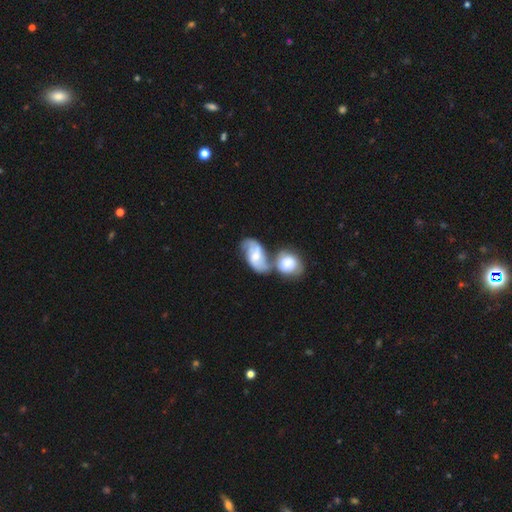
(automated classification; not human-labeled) Smooth or featured: featured or disk — 64% (smooth — 30%)
Edge-on disk: no — 96% (yes — 4%)
Bar: weak — 46% (no — 37%)
Spiral arms: yes — 90% (no — 10%)
Spiral winding: medium — 43% (loose — 40%)
Spiral arm count: 2 — 81% (can't tell — 10%)
Bulge size: small — 39% (moderate — 37%)
Merging: merger — 59% (none — 24%)